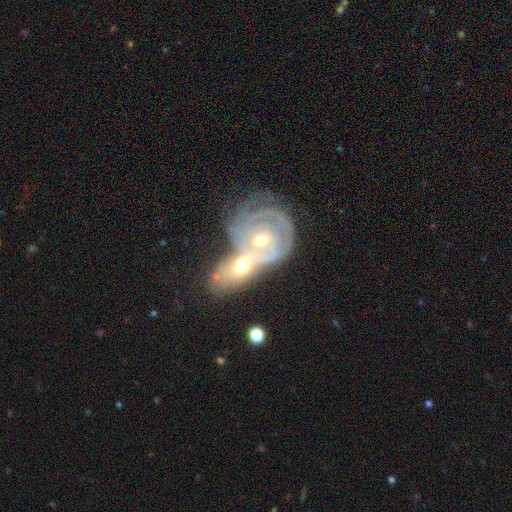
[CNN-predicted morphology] A featured or disk galaxy (80%) with no bar (69%), tight (80%) spiral arms (88%) and a moderate central bulge (55%). Merging: merger (62%).